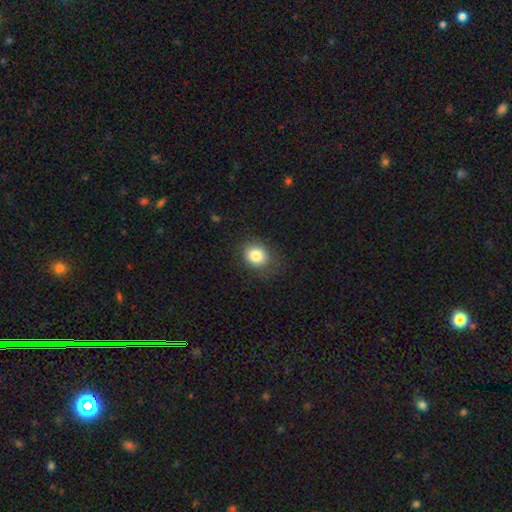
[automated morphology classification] Q: Smooth or featured?
A: smooth (82%); runner-up: star or artifact (10%)
Q: How rounded?
A: round (66%); runner-up: in between (33%)
Q: Merging?
A: none (79%); runner-up: minor disturbance (14%)